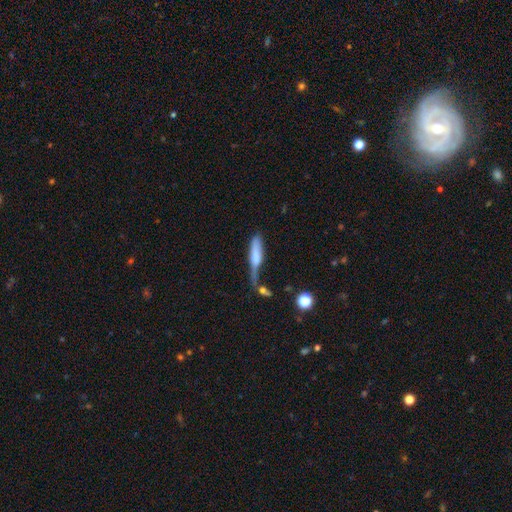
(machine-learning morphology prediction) Smooth or featured? Predicted: smooth (p=0.66). How rounded? Predicted: cigar-shaped (p=0.69). Merging? Predicted: merger (p=0.27).